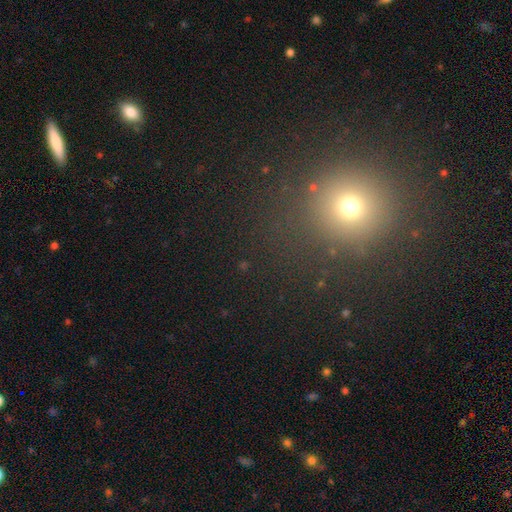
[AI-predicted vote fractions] Overall: smooth (58%; star or artifact 35%). How rounded: round (91%). Merging: none (89%).